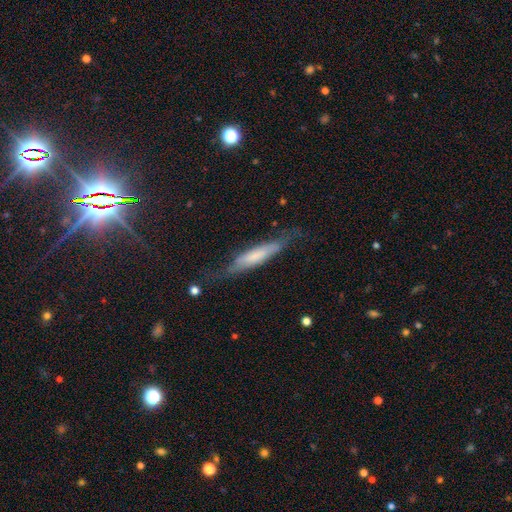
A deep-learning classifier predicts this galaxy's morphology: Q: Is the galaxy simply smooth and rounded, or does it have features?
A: smooth — 49%.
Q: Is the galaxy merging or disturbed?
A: none — 65%.